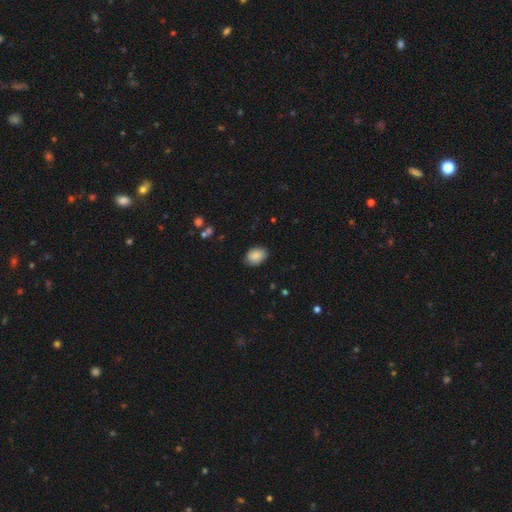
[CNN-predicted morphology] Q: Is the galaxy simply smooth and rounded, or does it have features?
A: smooth — 87%.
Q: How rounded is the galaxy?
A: in between — 81%.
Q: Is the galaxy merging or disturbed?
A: none — 84%.